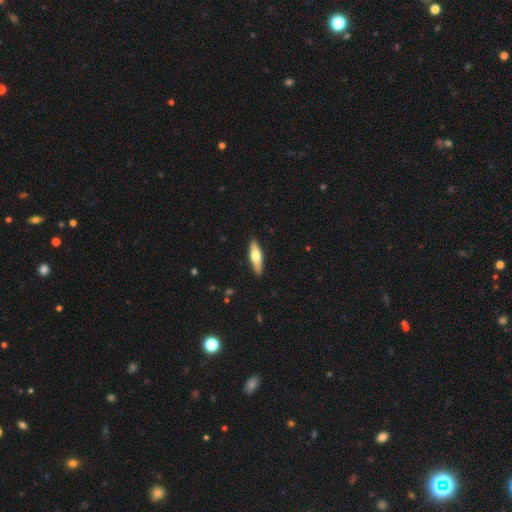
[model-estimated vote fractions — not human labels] A smooth galaxy with no disk features (54%) that is cigar-shaped (57%). Merging: none (88%).